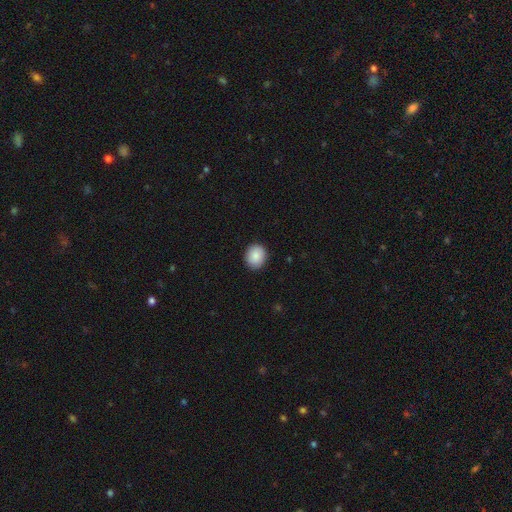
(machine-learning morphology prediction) smooth 88%, star or artifact 7%, featured or disk 5%. Down the decision tree: how rounded — round (64%); merging — none (90%).